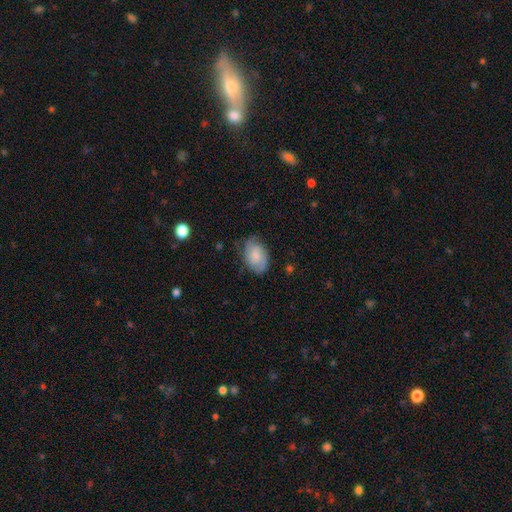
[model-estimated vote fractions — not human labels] Smooth or featured: featured or disk — 49% (smooth — 43%)
Merging: none — 70% (minor disturbance — 22%)